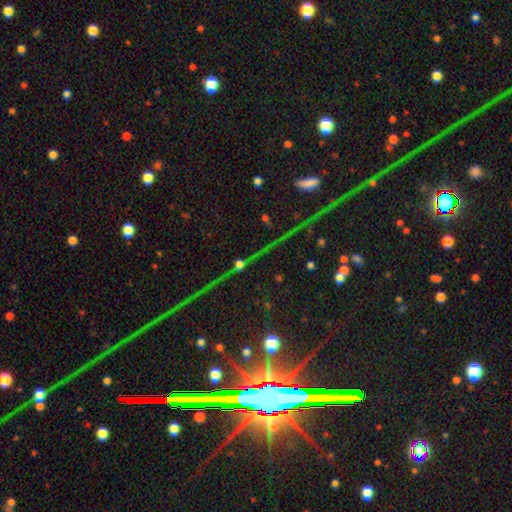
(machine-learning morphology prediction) This is clearly a star or artifact rather than a galaxy (82%).